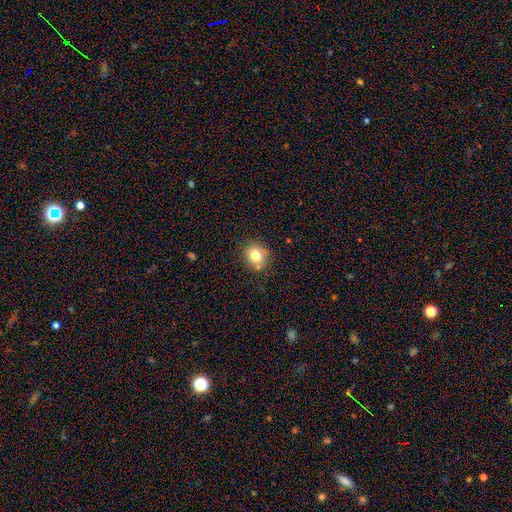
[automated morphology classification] smooth-or-featured: smooth: 78% | star or artifact: 12% | featured or disk: 10%
  how-rounded: round: 78% | in between: 21% | cigar-shaped: 1%
  merging: none: 78% | minor disturbance: 13% | merger: 6% | major disturbance: 3%